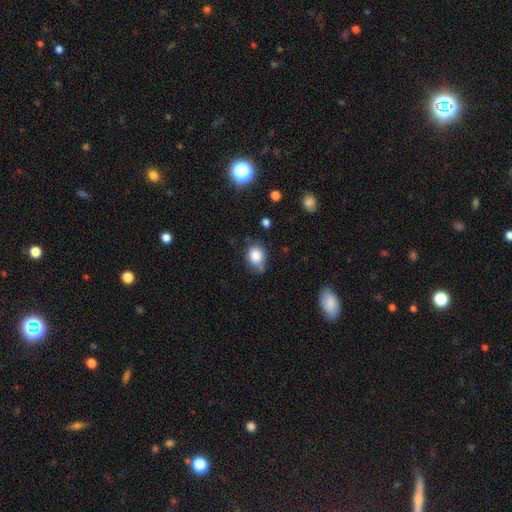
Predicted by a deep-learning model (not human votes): Q: Smooth or featured?
A: smooth (82%); runner-up: star or artifact (9%)
Q: How rounded?
A: in between (54%); runner-up: round (45%)
Q: Merging?
A: none (57%); runner-up: minor disturbance (30%)